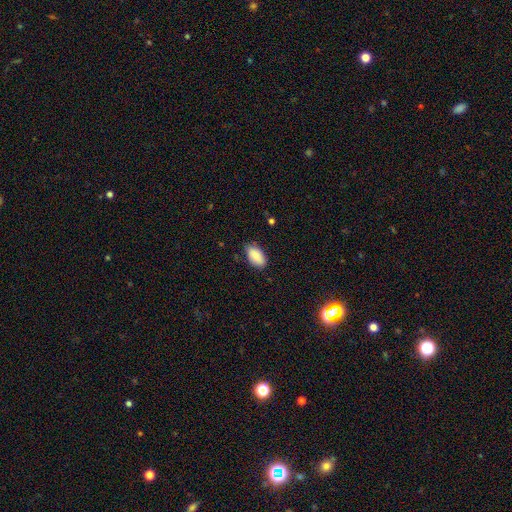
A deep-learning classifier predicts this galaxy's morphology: Smooth or featured? smooth (88%)
How rounded? in between (94%)
Merging? none (77%)